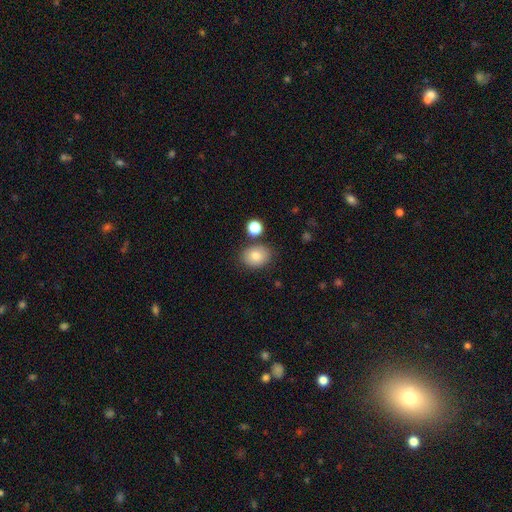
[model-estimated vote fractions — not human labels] This is clearly a smooth galaxy (80%). How rounded: possibly in between (58%). Merging: likely none (79%).